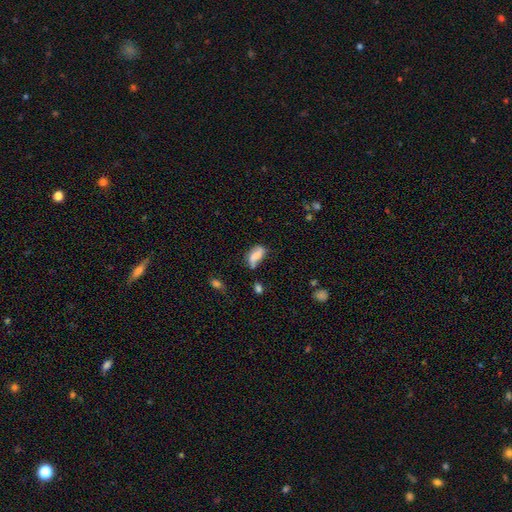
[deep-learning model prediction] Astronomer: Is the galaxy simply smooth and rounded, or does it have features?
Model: smooth — 58%.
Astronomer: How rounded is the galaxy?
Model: in between — 87%.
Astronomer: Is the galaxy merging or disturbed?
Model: none — 46% (runner-up: minor disturbance, 32%).